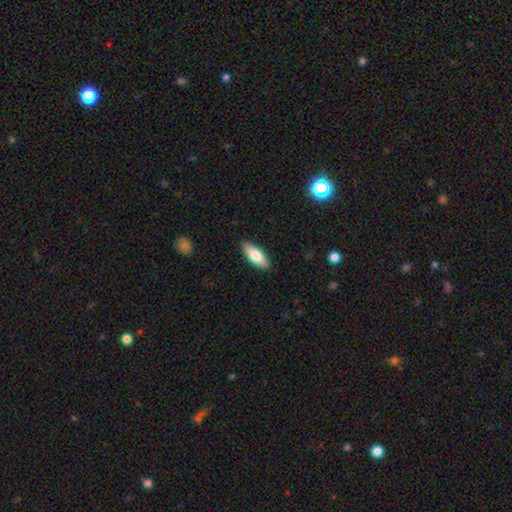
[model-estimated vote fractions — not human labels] A smooth galaxy with no disk features (79%) that is in between round and cigar-shaped (75%).

Vote fractions:
- Smooth or featured? smooth: 79% / featured or disk: 16% / star or artifact: 6%
- How rounded? in between: 75% / cigar-shaped: 23% / round: 2%
- Merging? none: 89% / minor disturbance: 8% / major disturbance: 2% / merger: 1%